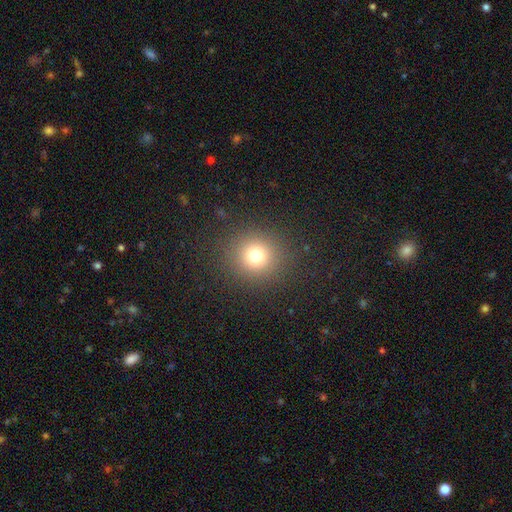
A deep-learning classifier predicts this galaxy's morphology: Smooth or featured?
  - smooth: 75% *
  - star or artifact: 17%
  - featured or disk: 8%
How rounded?
  - round: 90% *
  - in between: 10%
  - cigar-shaped: 1%
Merging?
  - none: 89% *
  - minor disturbance: 6%
  - major disturbance: 4%
  - merger: 1%